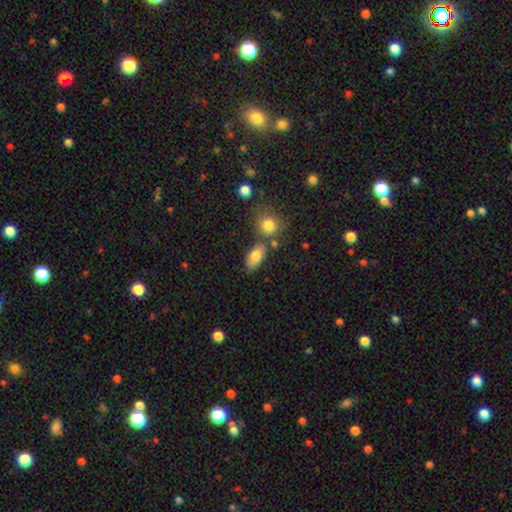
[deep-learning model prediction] This appears to be a smooth galaxy with no disk features (79%) that is in between round and cigar-shaped (88%). Merging: none (64%).